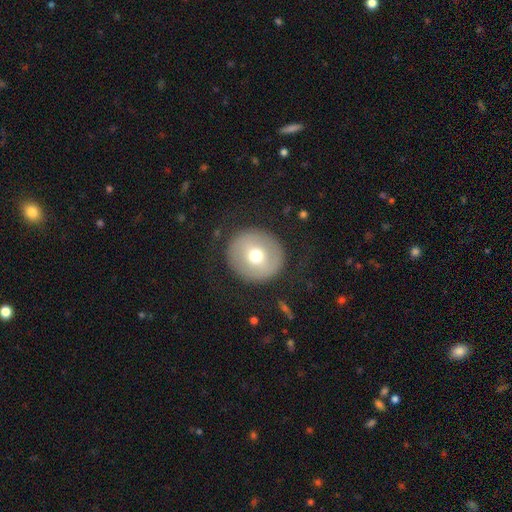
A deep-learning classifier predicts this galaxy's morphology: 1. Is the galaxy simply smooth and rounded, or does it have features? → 60% smooth, 31% featured or disk, 9% star or artifact.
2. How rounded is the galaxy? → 93% round, 6% in between, 1% cigar-shaped.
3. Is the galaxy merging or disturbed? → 86% none, 8% minor disturbance, 5% major disturbance, 1% merger.